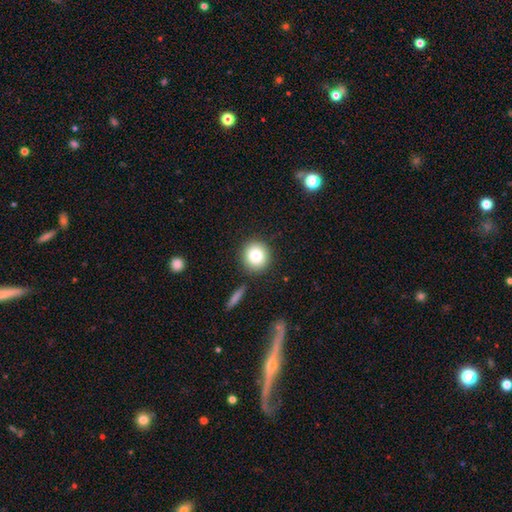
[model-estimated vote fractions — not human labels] Smooth or featured? smooth (83%)
How rounded? round (91%)
Merging? none (86%)